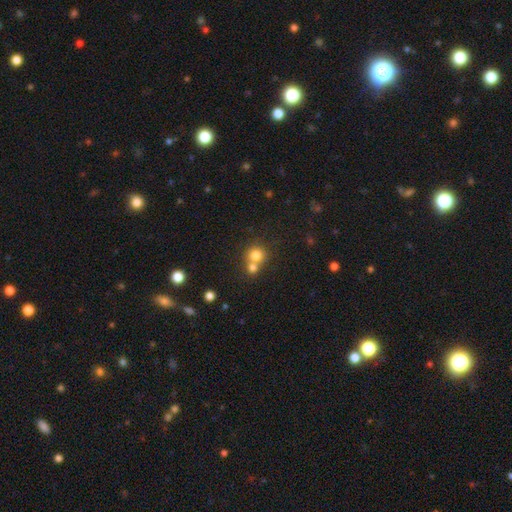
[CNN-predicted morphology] Overall: smooth (78%). How rounded: round (87%). Merging: merger (51%; none 41%).